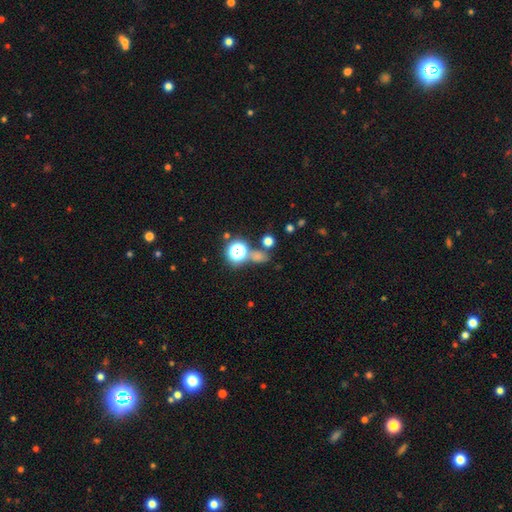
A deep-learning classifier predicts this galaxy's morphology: Q: Smooth or featured?
A: smooth (56%); runner-up: star or artifact (37%)
Q: How rounded?
A: round (70%); runner-up: in between (27%)
Q: Merging?
A: none (63%); runner-up: merger (20%)